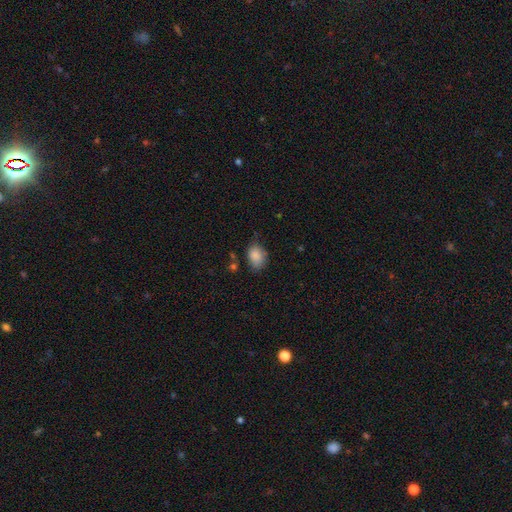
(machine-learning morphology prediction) smooth-or-featured: smooth: 87% | star or artifact: 8% | featured or disk: 5%
  how-rounded: in between: 74% | round: 24% | cigar-shaped: 1%
  merging: none: 66% | minor disturbance: 25% | major disturbance: 6% | merger: 3%